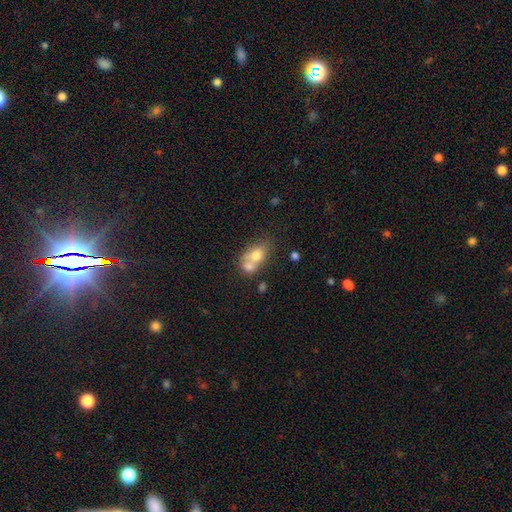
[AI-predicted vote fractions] Smooth or featured?
  - smooth: 69% *
  - featured or disk: 22%
  - star or artifact: 9%
How rounded?
  - in between: 64% *
  - round: 34%
  - cigar-shaped: 2%
Merging?
  - merger: 61% *
  - none: 26%
  - minor disturbance: 9%
  - major disturbance: 5%